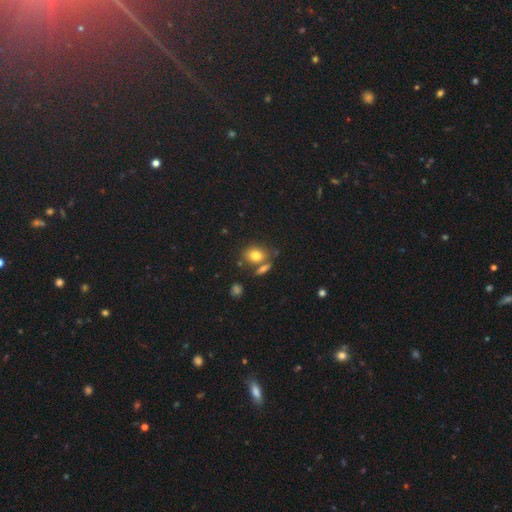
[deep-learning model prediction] A smooth galaxy with no disk features (79%) that is in between round and cigar-shaped (62%).

Vote fractions:
- Smooth or featured? smooth: 79% / featured or disk: 11% / star or artifact: 10%
- How rounded? in between: 62% / round: 36% / cigar-shaped: 2%
- Merging? none: 61% / merger: 22% / minor disturbance: 13% / major disturbance: 4%